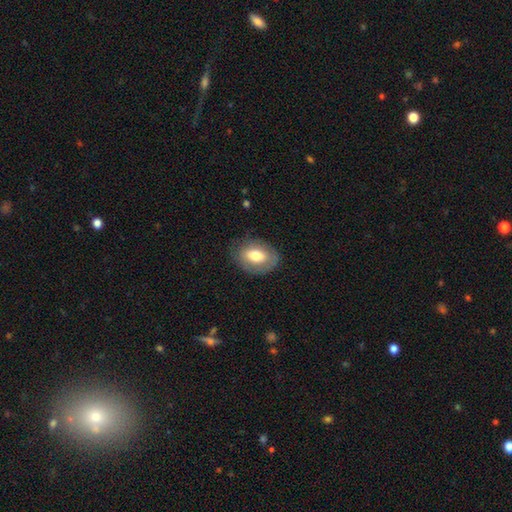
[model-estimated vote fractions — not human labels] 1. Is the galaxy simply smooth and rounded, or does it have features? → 62% smooth, 30% featured or disk, 7% star or artifact.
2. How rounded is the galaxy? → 75% in between, 24% round, 1% cigar-shaped.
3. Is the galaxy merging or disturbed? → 76% none, 17% minor disturbance, 6% major disturbance, 1% merger.